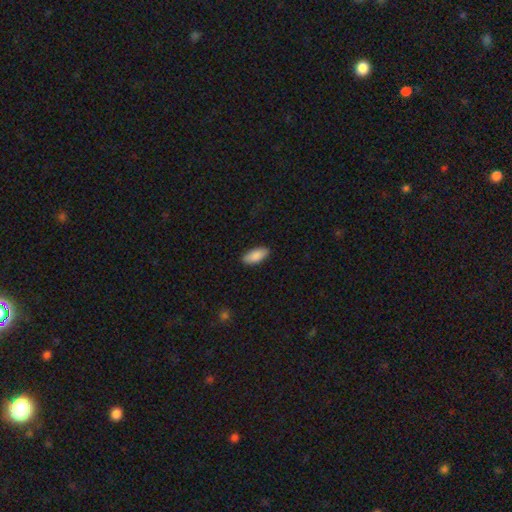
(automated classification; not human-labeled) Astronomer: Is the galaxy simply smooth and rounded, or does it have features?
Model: smooth — 88%.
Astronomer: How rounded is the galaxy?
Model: in between — 89%.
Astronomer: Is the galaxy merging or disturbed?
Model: none — 89%.